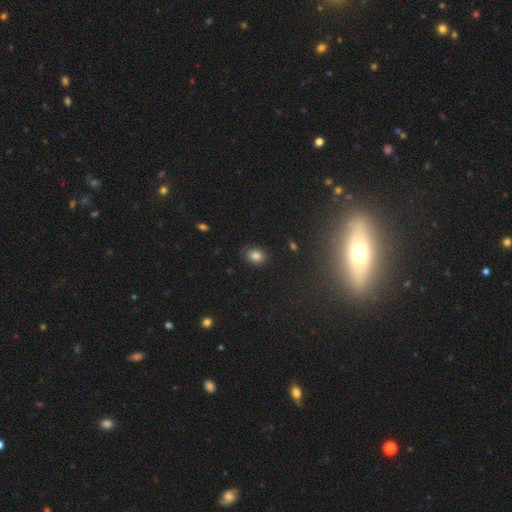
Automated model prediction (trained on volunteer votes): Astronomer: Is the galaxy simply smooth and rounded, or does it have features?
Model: smooth — 83%.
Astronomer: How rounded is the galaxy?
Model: in between — 52% (runner-up: round, 46%).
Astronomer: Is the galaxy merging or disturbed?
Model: none — 84%.